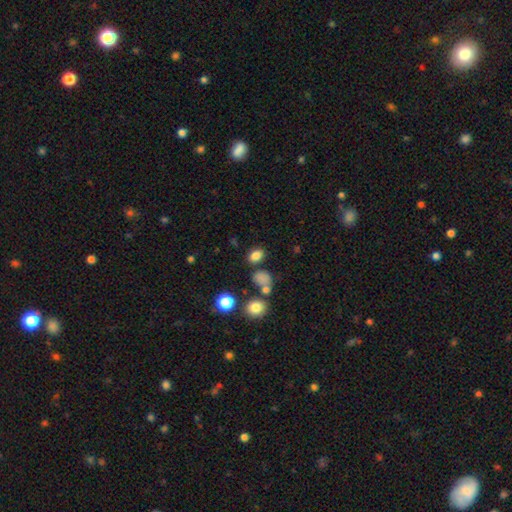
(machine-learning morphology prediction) Smooth or featured: smooth — 81% (star or artifact — 14%)
How rounded: in between — 75% (round — 24%)
Merging: none — 73% (minor disturbance — 12%)